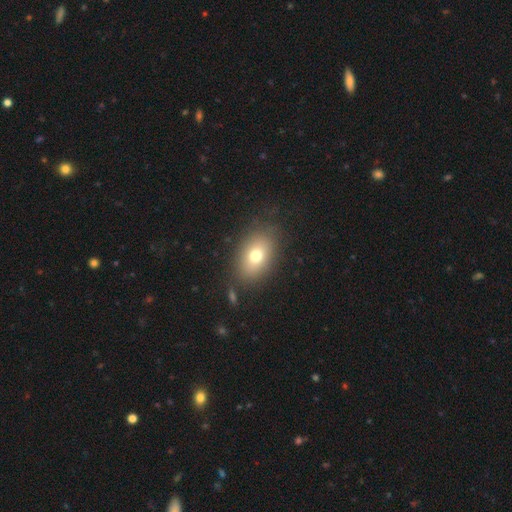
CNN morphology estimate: Overall: smooth (74%). How rounded: in between (78%). Merging: none (82%).